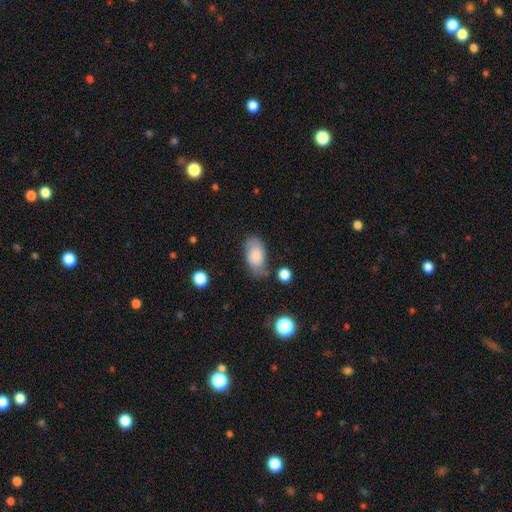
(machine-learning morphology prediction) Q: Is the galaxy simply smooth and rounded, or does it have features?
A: smooth — 74%.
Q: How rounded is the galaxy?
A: in between — 93%.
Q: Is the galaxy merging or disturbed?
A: none — 59%.